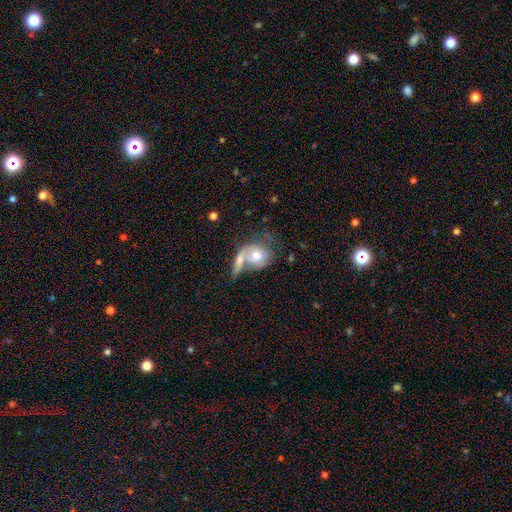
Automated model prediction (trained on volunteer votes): smooth_or_featured: smooth (p=0.62) [alt: featured or disk p=0.31]
how_rounded: round (p=0.61) [alt: in between p=0.37]
merging: merger (p=0.55) [alt: none p=0.23]